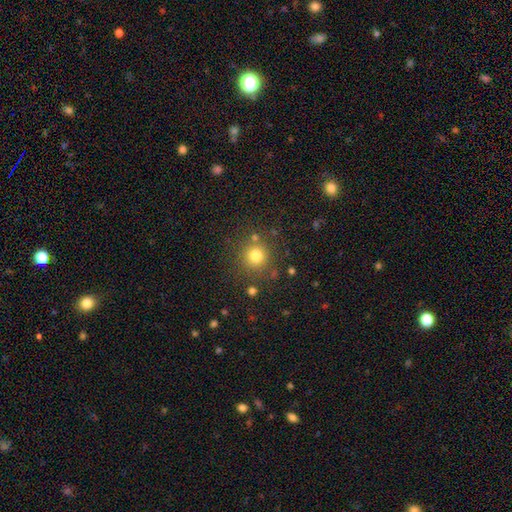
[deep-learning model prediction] This is likely a smooth galaxy (77%). How rounded: clearly round (94%). Merging: clearly none (82%).